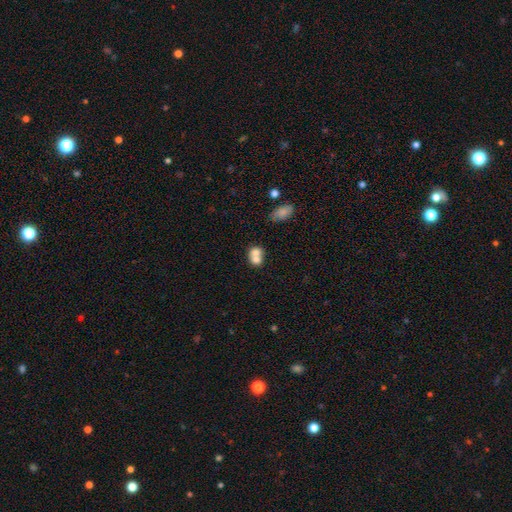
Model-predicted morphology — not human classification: Q: Smooth or featured?
A: smooth (71%); runner-up: featured or disk (20%)
Q: How rounded?
A: round (58%); runner-up: in between (41%)
Q: Merging?
A: merger (66%); runner-up: none (23%)